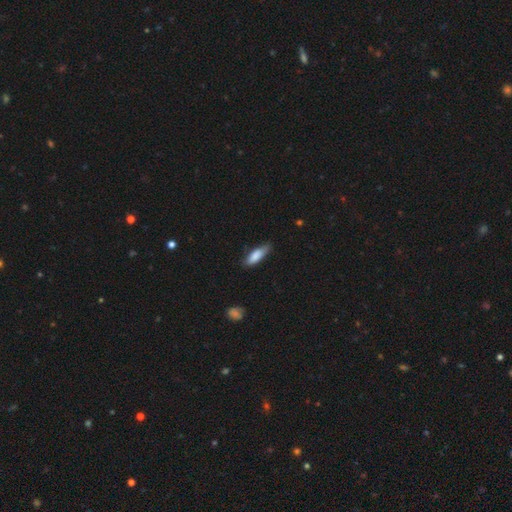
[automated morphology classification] Q: Smooth or featured?
A: smooth (83%); runner-up: featured or disk (11%)
Q: How rounded?
A: in between (59%); runner-up: cigar-shaped (40%)
Q: Merging?
A: none (66%); runner-up: minor disturbance (28%)